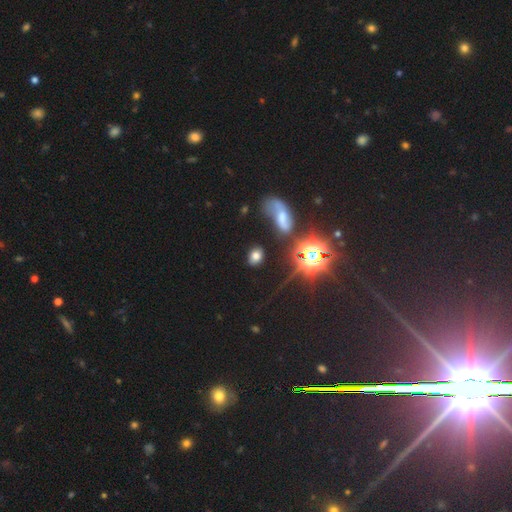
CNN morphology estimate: smooth-or-featured: smooth: 66% | star or artifact: 23% | featured or disk: 11%
  how-rounded: in between: 70% | round: 28% | cigar-shaped: 2%
  merging: none: 78% | minor disturbance: 12% | major disturbance: 6% | merger: 5%